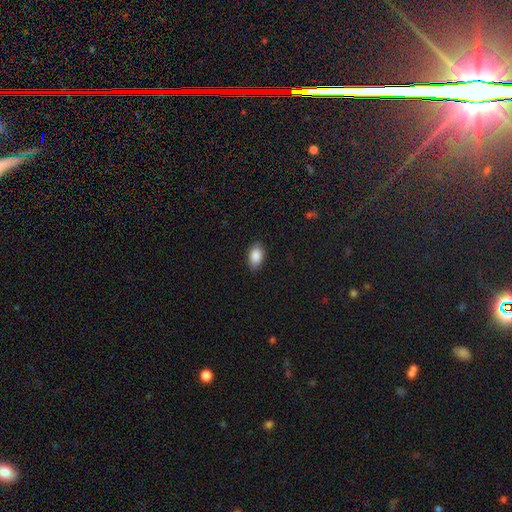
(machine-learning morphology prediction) Overall: smooth (88%). How rounded: in between (90%). Merging: none (86%).